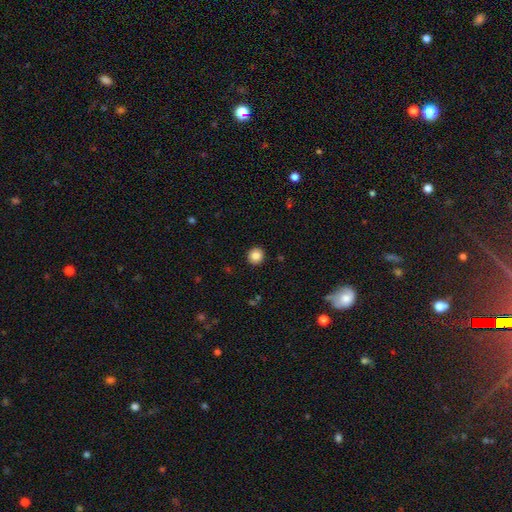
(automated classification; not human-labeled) Smooth or featured: smooth — 86% (star or artifact — 9%)
How rounded: round — 94% (in between — 5%)
Merging: none — 93% (minor disturbance — 5%)